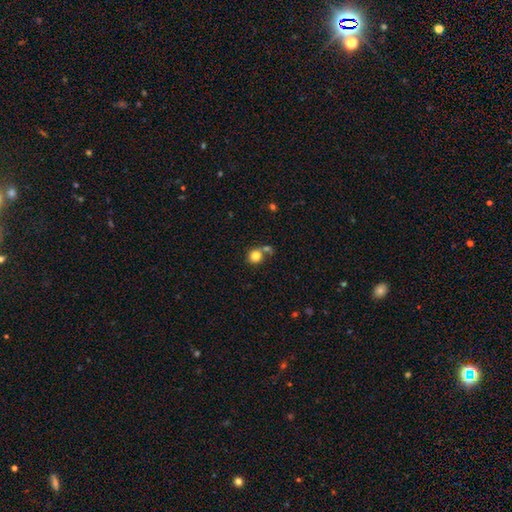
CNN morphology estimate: Smooth or featured? Predicted: smooth (p=0.82). How rounded? Predicted: round (p=0.83). Merging? Predicted: none (p=0.52).